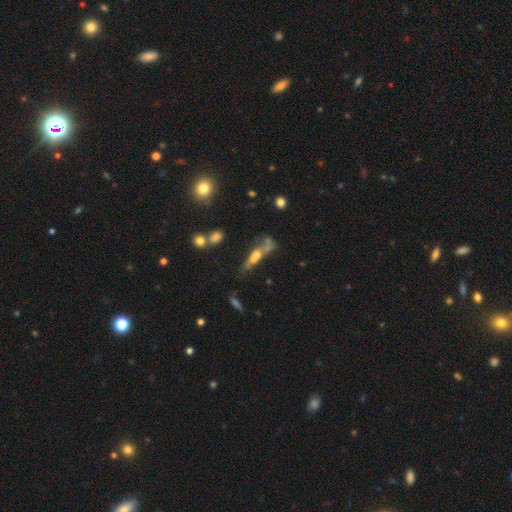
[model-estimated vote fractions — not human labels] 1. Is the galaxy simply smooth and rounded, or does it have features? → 46% smooth, 41% featured or disk, 13% star or artifact.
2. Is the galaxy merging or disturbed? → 37% merger, 30% none, 17% major disturbance, 16% minor disturbance.